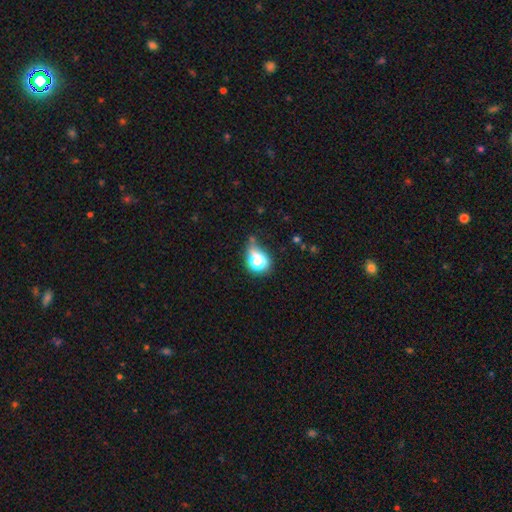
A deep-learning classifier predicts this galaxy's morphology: This appears to be a smooth galaxy with no disk features (70%) that is in between round and cigar-shaped (51%). Merging: none (36%).